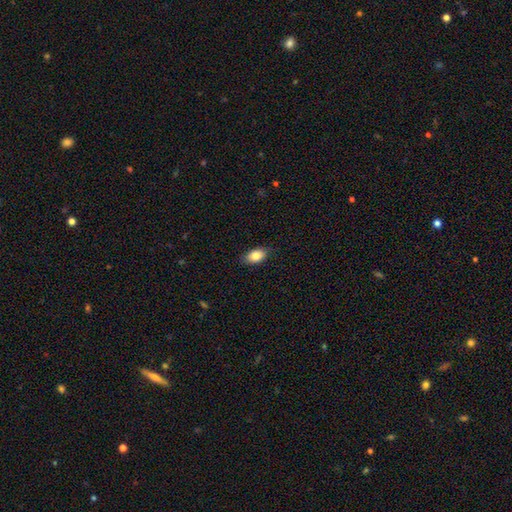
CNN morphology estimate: Q: Smooth or featured?
A: smooth (83%); runner-up: featured or disk (9%)
Q: How rounded?
A: in between (89%); runner-up: round (8%)
Q: Merging?
A: none (85%); runner-up: minor disturbance (12%)